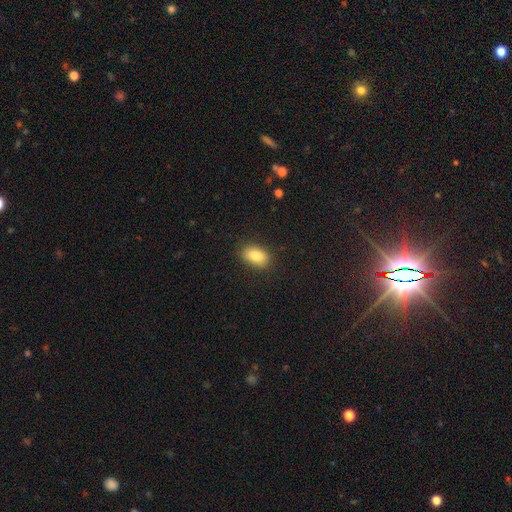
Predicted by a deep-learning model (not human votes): Smooth or featured?
  - smooth: 86% *
  - star or artifact: 8%
  - featured or disk: 6%
How rounded?
  - in between: 89% *
  - round: 9%
  - cigar-shaped: 2%
Merging?
  - none: 86% *
  - minor disturbance: 11%
  - major disturbance: 3%
  - merger: 1%